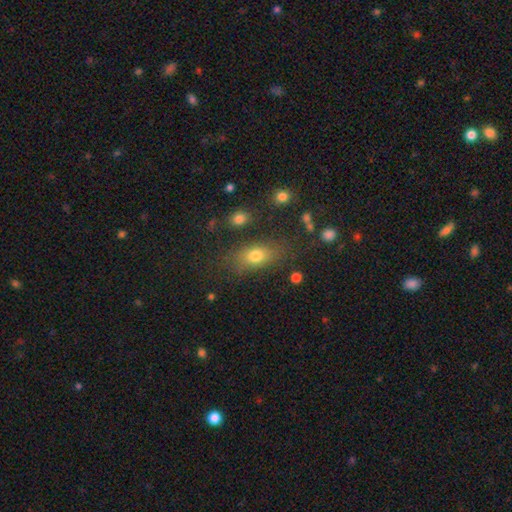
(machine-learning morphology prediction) Smooth or featured: smooth — 74% (star or artifact — 13%)
How rounded: in between — 75% (round — 17%)
Merging: none — 74% (minor disturbance — 15%)